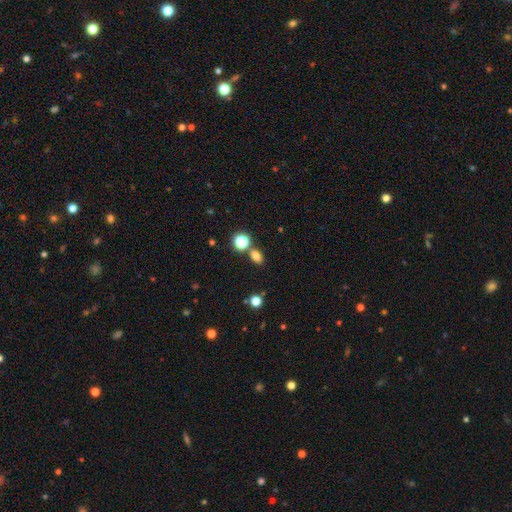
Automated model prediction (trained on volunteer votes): Smooth or featured? Predicted: smooth (p=0.76). How rounded? Predicted: in between (p=0.73). Merging? Predicted: none (p=0.74).